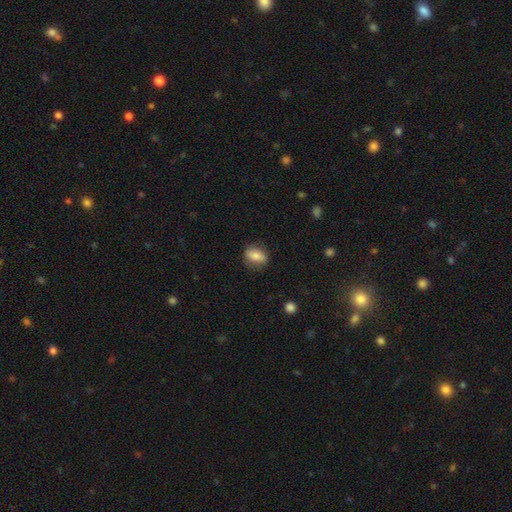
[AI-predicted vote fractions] Smooth or featured?
  - smooth: 76% *
  - featured or disk: 17%
  - star or artifact: 8%
How rounded?
  - in between: 75% *
  - round: 22%
  - cigar-shaped: 4%
Merging?
  - none: 77% *
  - minor disturbance: 17%
  - major disturbance: 5%
  - merger: 1%